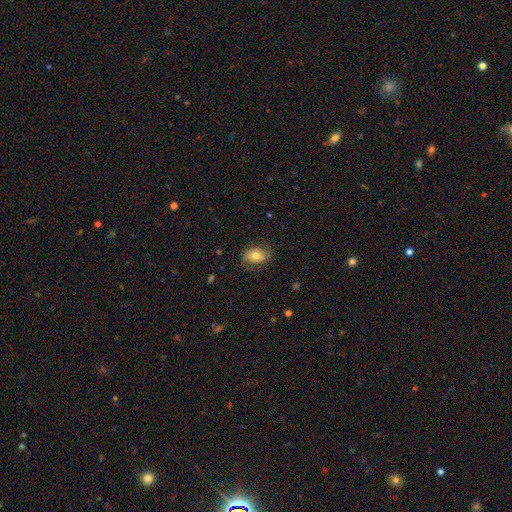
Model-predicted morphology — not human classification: smooth-or-featured: smooth: 57% | featured or disk: 35% | star or artifact: 9%
  how-rounded: in between: 76% | round: 23% | cigar-shaped: 1%
  merging: none: 75% | minor disturbance: 17% | major disturbance: 6% | merger: 1%